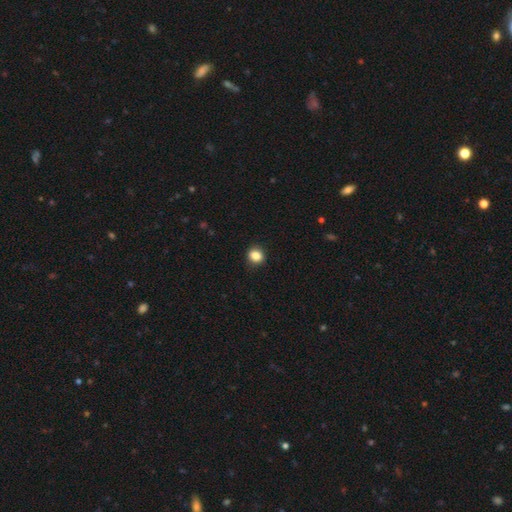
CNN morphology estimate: Overall: smooth (85%). How rounded: round (72%). Merging: none (90%).